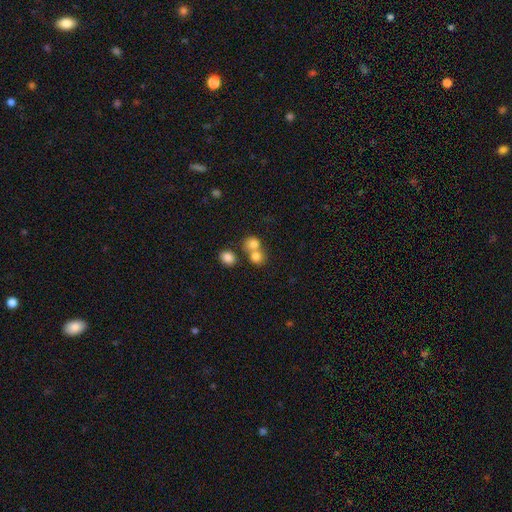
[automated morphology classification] Smooth or featured? smooth (78%)
How rounded? round (79%)
Merging? merger (50%)